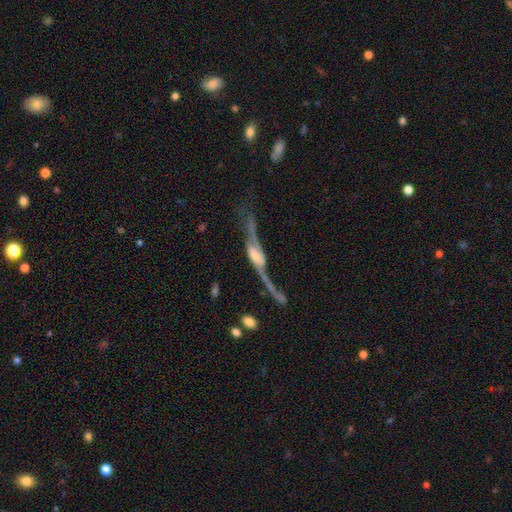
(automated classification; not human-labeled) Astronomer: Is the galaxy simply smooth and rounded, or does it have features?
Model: featured or disk — 82%.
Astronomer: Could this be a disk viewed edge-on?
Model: no — 51% (runner-up: yes, 49%).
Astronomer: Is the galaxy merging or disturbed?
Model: none — 38% (runner-up: major disturbance, 35%).